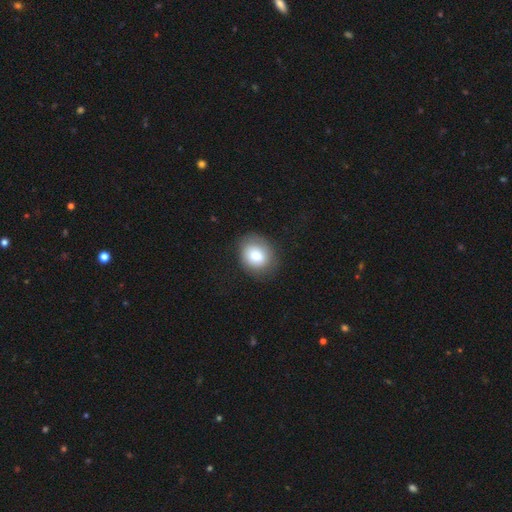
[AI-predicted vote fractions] Smooth or featured? smooth (77%)
How rounded? round (60%)
Merging? none (80%)